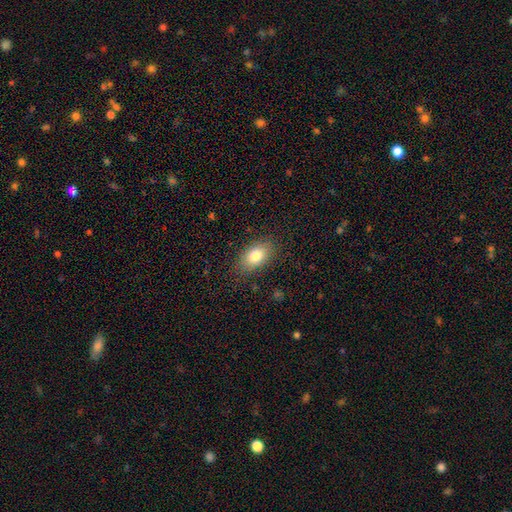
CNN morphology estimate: Smooth or featured? Predicted: smooth (p=0.79). How rounded? Predicted: in between (p=0.88). Merging? Predicted: none (p=0.84).